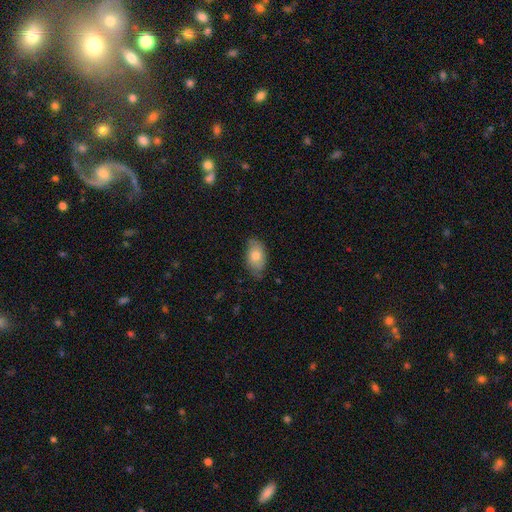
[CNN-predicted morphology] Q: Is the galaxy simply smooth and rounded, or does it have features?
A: smooth — 75%.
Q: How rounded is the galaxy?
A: in between — 91%.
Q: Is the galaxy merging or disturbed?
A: none — 70%.